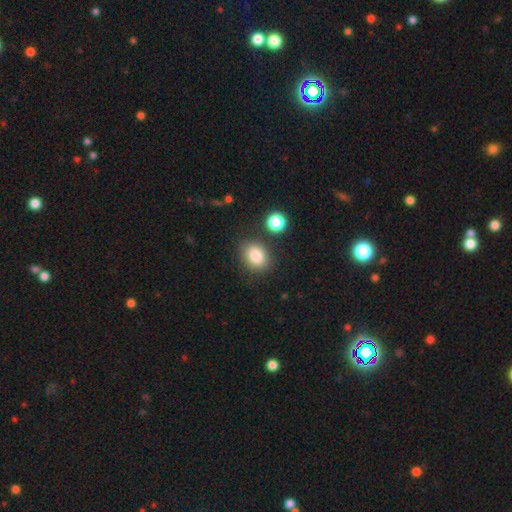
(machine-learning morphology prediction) This is clearly a smooth galaxy (84%). How rounded: likely in between (60%). Merging: likely none (79%).